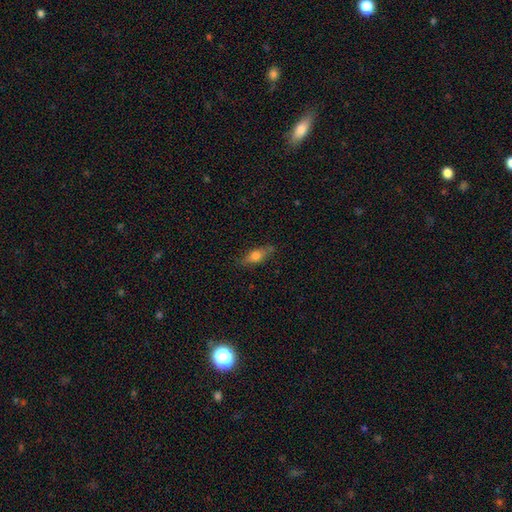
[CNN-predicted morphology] This is likely a smooth galaxy (64%). How rounded: likely in between (66%). Merging: likely none (77%).